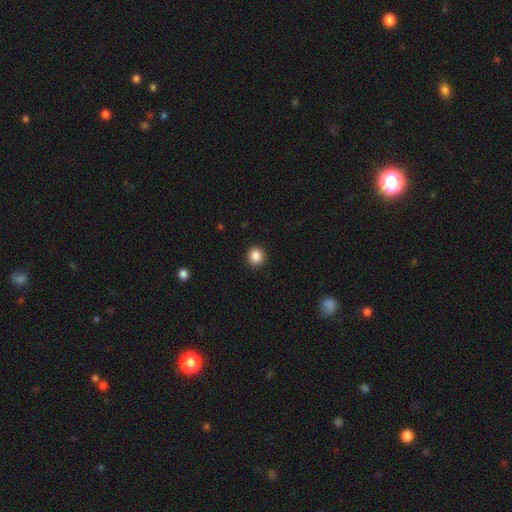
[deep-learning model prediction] Overall: smooth (87%). How rounded: round (90%). Merging: none (92%).